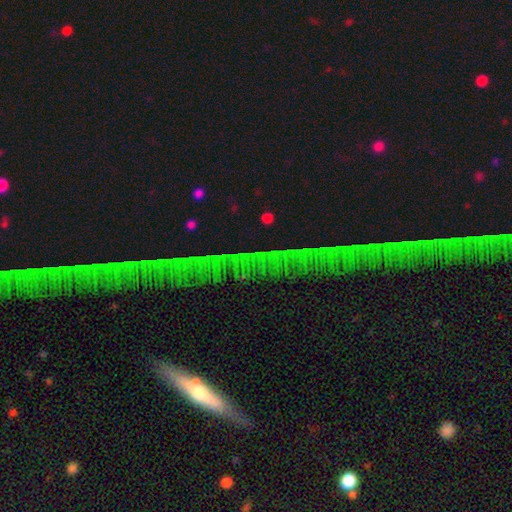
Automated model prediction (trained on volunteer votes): A star or artifact, not a galaxy (71%).